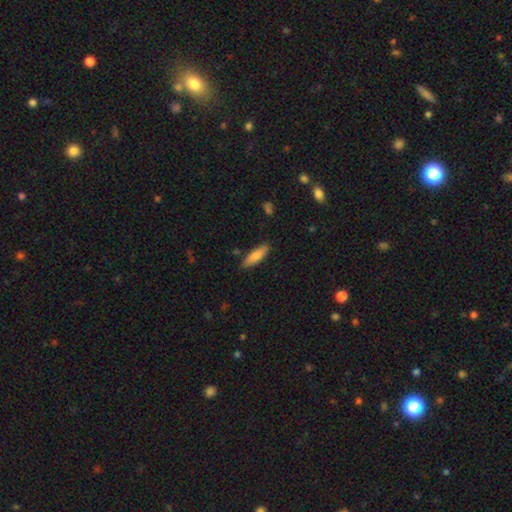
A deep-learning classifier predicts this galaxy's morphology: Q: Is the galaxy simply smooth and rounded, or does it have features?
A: smooth — 82%.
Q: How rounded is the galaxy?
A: cigar-shaped — 56%.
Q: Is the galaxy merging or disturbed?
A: none — 84%.